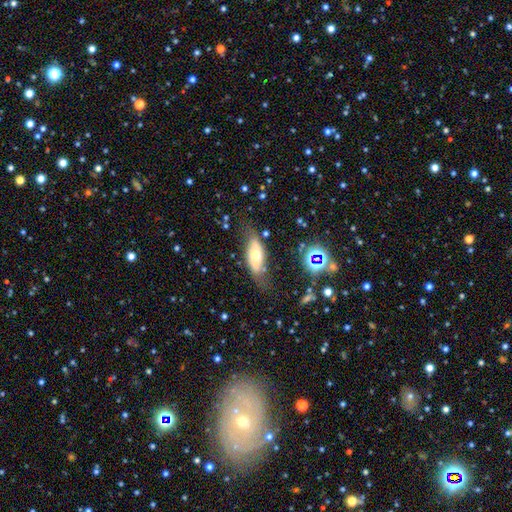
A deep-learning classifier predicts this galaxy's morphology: Overall: smooth (48%; featured or disk 42%). Merging: none (60%; minor disturbance 25%).